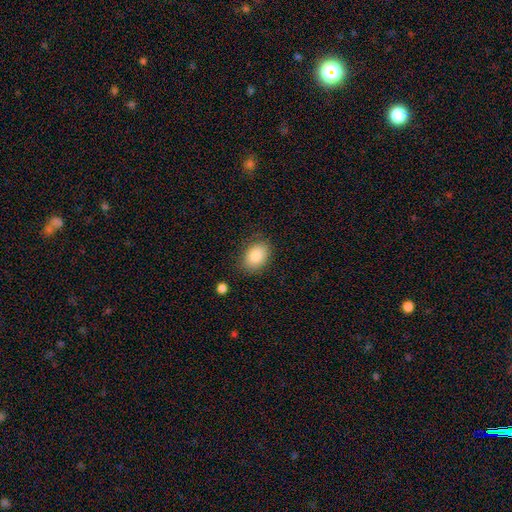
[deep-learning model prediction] The model was most divided on "how rounded": in between: 78%, round: 21%, cigar-shaped: 1%. More confident: smooth or featured — smooth (85%); merging — none (83%).